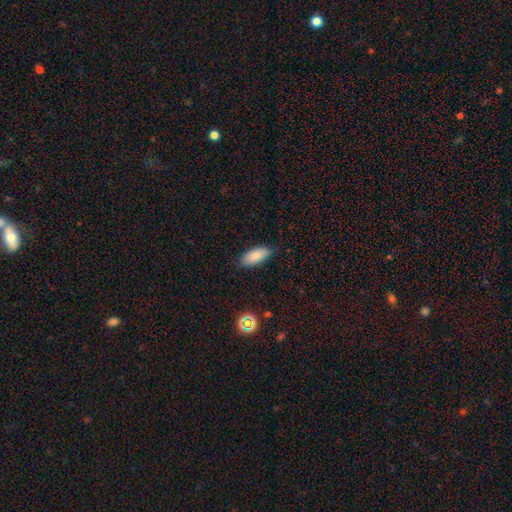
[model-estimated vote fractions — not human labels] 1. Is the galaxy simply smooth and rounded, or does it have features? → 86% smooth, 7% star or artifact, 7% featured or disk.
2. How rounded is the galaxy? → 87% in between, 10% cigar-shaped, 2% round.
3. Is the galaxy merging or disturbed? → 85% none, 12% minor disturbance, 2% major disturbance, 1% merger.